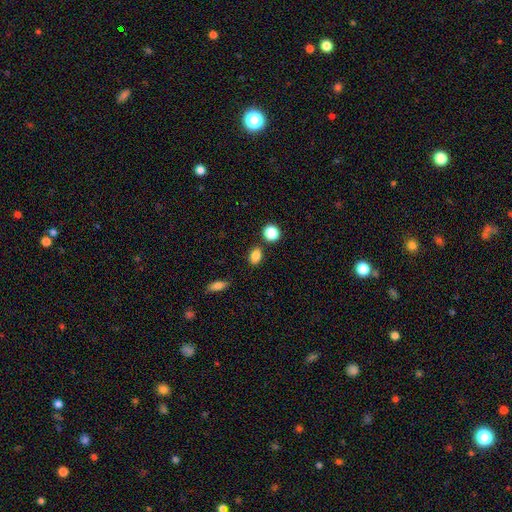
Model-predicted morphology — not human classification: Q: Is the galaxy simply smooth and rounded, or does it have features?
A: smooth — 84%.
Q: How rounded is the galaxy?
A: in between — 71%.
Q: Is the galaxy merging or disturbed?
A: none — 80%.